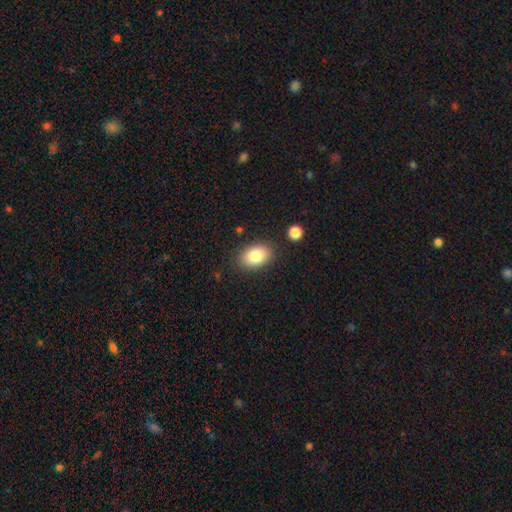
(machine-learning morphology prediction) Smooth or featured? smooth (85%)
How rounded? in between (85%)
Merging? none (84%)